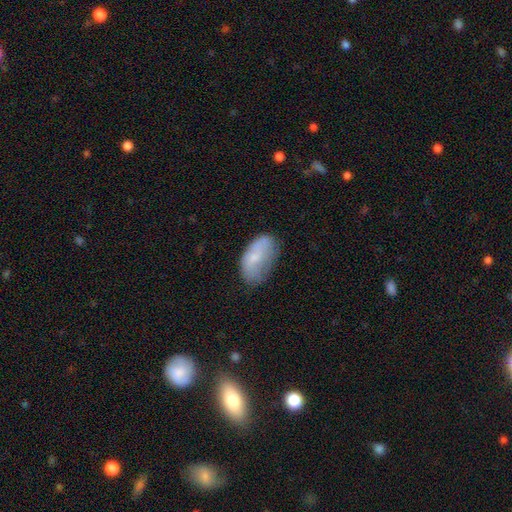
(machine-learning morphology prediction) smooth_or_featured: smooth (p=0.67) [alt: featured or disk p=0.25]
how_rounded: in between (p=0.93) [alt: round p=0.04]
merging: none (p=0.50) [alt: minor disturbance p=0.33]